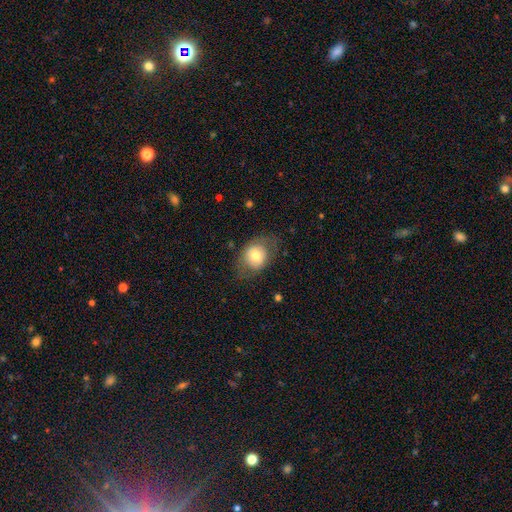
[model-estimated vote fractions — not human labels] Smooth or featured: smooth — 66% (featured or disk — 25%)
How rounded: round — 54% (in between — 45%)
Merging: none — 69% (minor disturbance — 19%)